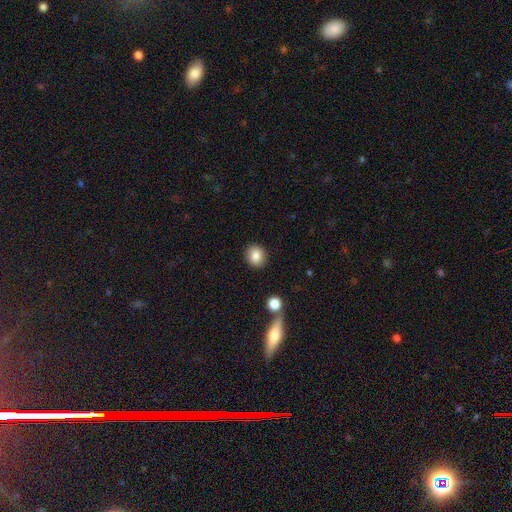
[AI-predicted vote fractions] This is clearly a smooth galaxy (85%). How rounded: likely round (75%). Merging: clearly none (89%).